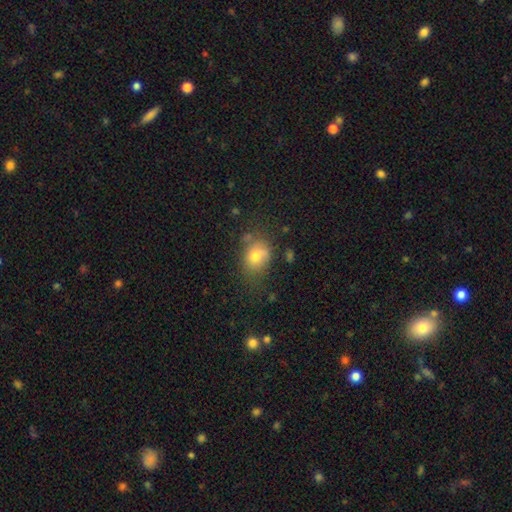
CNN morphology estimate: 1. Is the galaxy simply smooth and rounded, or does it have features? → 74% smooth, 14% featured or disk, 12% star or artifact.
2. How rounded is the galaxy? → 54% in between, 44% round, 1% cigar-shaped.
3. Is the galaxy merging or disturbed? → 55% none, 27% minor disturbance, 11% major disturbance, 6% merger.